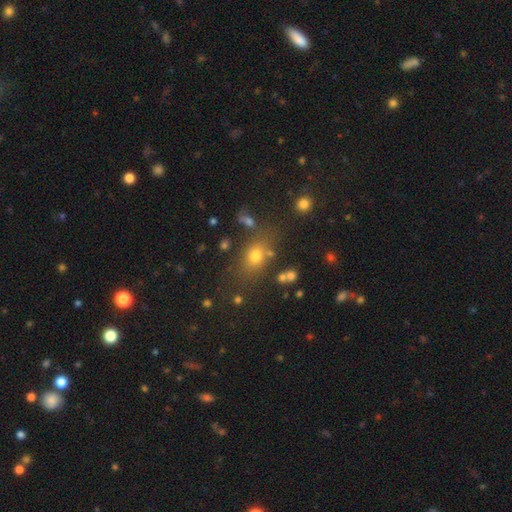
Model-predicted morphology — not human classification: smooth 70%, star or artifact 19%, featured or disk 11%. Down the decision tree: how rounded — in between (60%); merging — none (71%).